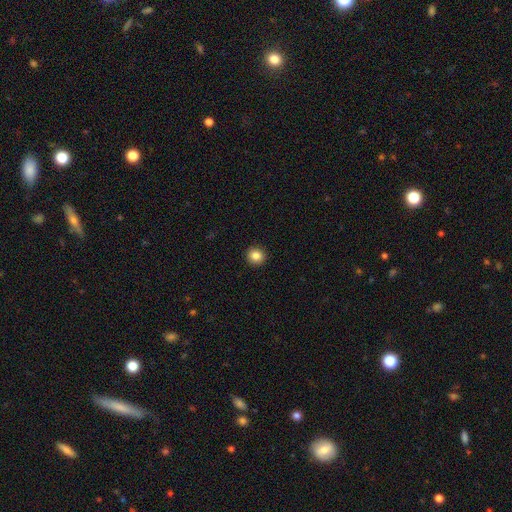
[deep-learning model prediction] Smooth or featured? Predicted: smooth (p=0.86). How rounded? Predicted: round (p=0.91). Merging? Predicted: none (p=0.93).